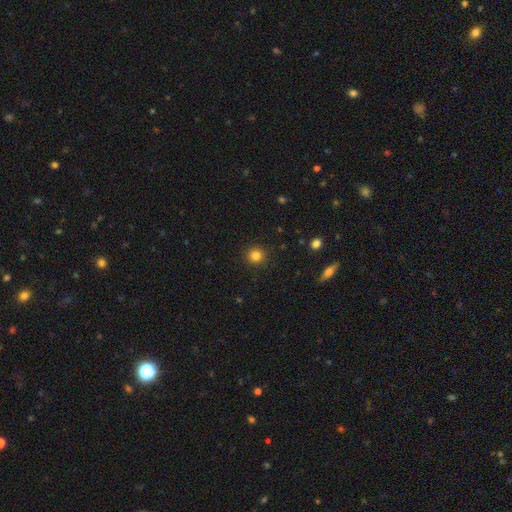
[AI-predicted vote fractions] A smooth galaxy with no disk features (83%) that is round (93%).

Vote fractions:
- Smooth or featured? smooth: 83% / star or artifact: 12% / featured or disk: 5%
- How rounded? round: 93% / in between: 6% / cigar-shaped: 1%
- Merging? none: 91% / minor disturbance: 6% / major disturbance: 2% / merger: 1%